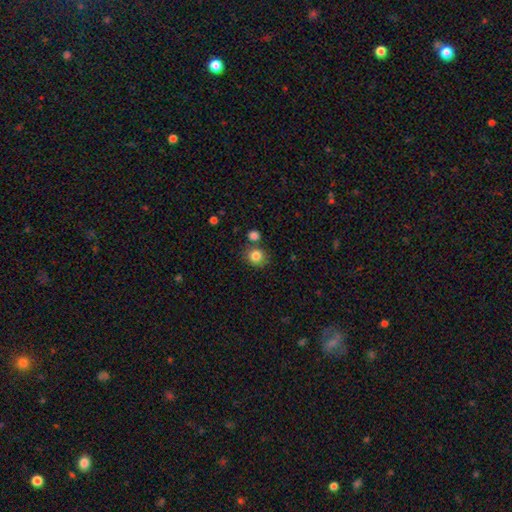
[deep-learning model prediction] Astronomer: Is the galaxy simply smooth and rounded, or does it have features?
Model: smooth — 83%.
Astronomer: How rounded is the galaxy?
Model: round — 81%.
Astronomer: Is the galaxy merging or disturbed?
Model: none — 73%.